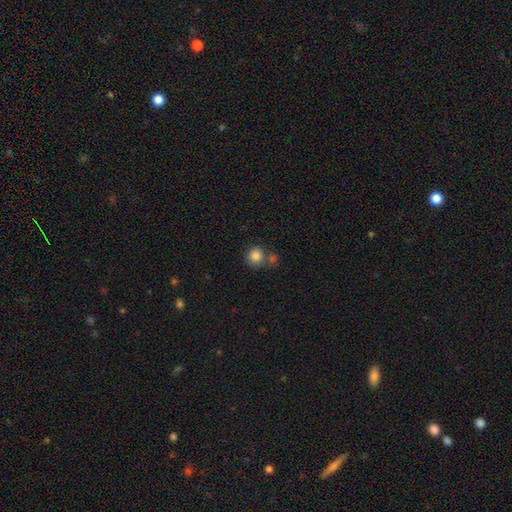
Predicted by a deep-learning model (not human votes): Smooth or featured? smooth (85%)
How rounded? round (89%)
Merging? none (62%)